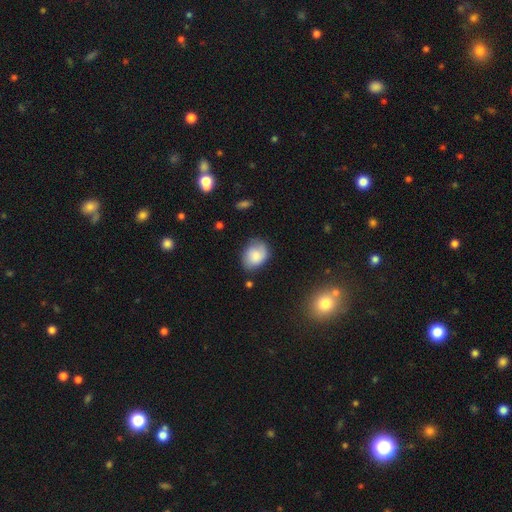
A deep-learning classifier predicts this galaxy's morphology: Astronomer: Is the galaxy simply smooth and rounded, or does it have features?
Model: smooth — 78%.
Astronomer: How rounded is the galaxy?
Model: in between — 65%.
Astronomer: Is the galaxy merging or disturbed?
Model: none — 69%.